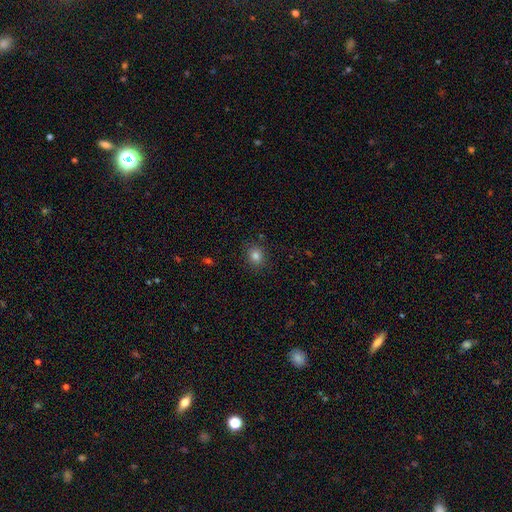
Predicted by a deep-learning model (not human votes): This appears to be a smooth galaxy with no disk features (82%) that is round (75%). Merging: none (87%).